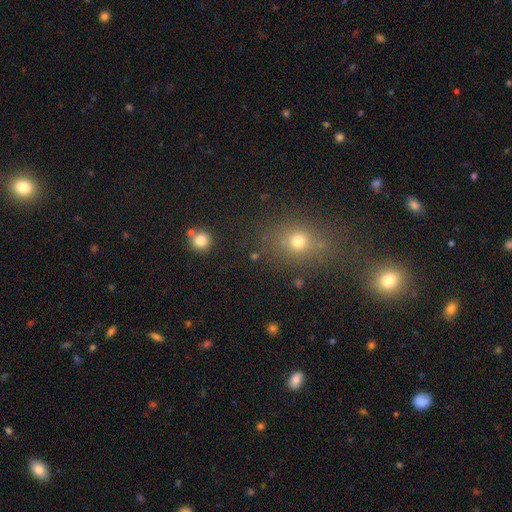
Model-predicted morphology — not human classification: Overall: smooth (62%; star or artifact 29%). How rounded: round (78%). Merging: none (77%).